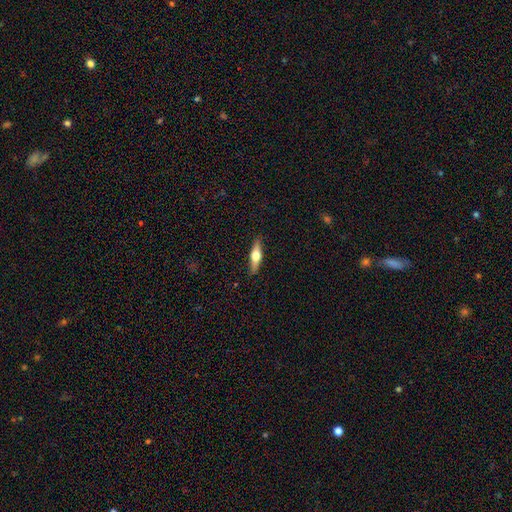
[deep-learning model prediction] Smooth or featured: featured or disk — 54% (smooth — 40%)
Edge-on disk: yes — 94% (no — 6%)
Edge-on bulge: rounded — 95% (boxy — 3%)
Merging: none — 89% (minor disturbance — 8%)